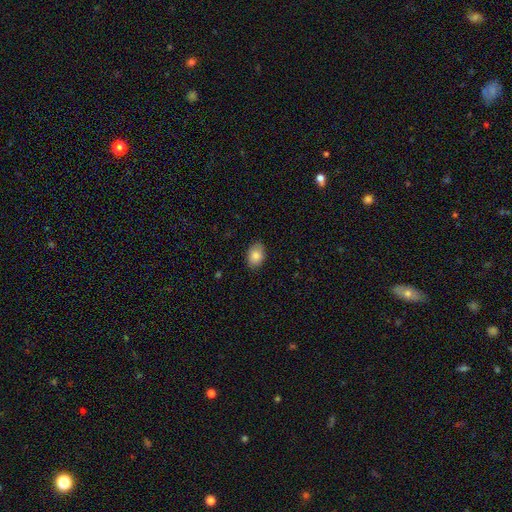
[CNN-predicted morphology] smooth 86%, star or artifact 8%, featured or disk 7%. Down the decision tree: how rounded — in between (79%); merging — none (85%).